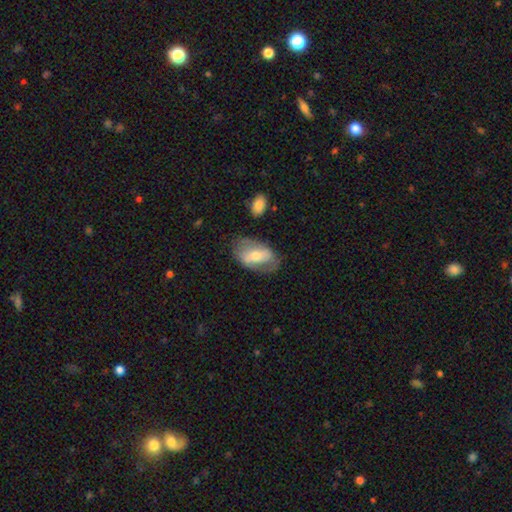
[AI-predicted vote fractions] Morphology: type=featured or disk (52%); edge-on=no (91%); merging=none (67%).